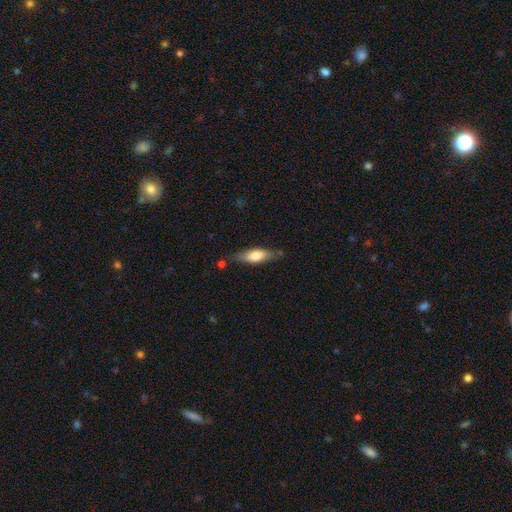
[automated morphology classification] Overall: smooth (64%; featured or disk 29%). How rounded: in between (52%; cigar-shaped 45%). Merging: none (72%).